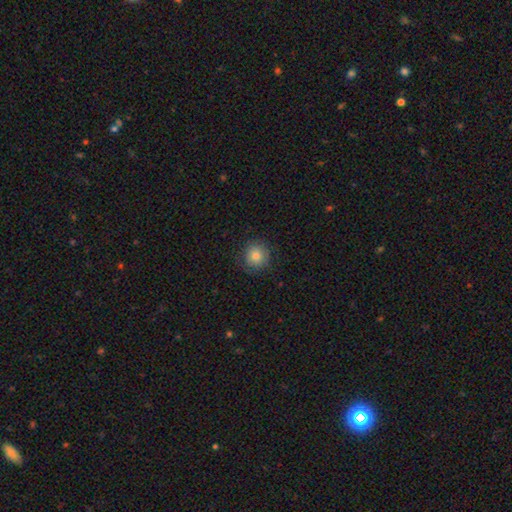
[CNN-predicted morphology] smooth-or-featured: smooth: 81% | featured or disk: 10% | star or artifact: 9%
  how-rounded: round: 92% | in between: 7% | cigar-shaped: 1%
  merging: none: 82% | minor disturbance: 12% | major disturbance: 4% | merger: 1%